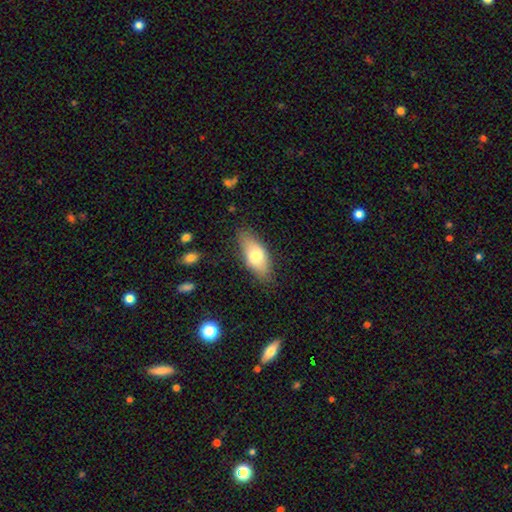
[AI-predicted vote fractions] This appears to be a smooth galaxy with no disk features (70%) that is in between round and cigar-shaped (84%). Merging: none (80%).